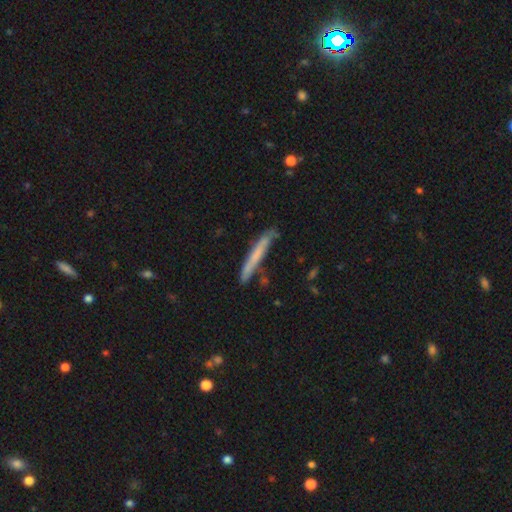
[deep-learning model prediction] smooth_or_featured: smooth (p=0.59) [alt: featured or disk p=0.35]
how_rounded: cigar-shaped (p=0.96) [alt: in between p=0.03]
merging: none (p=0.75) [alt: minor disturbance p=0.18]